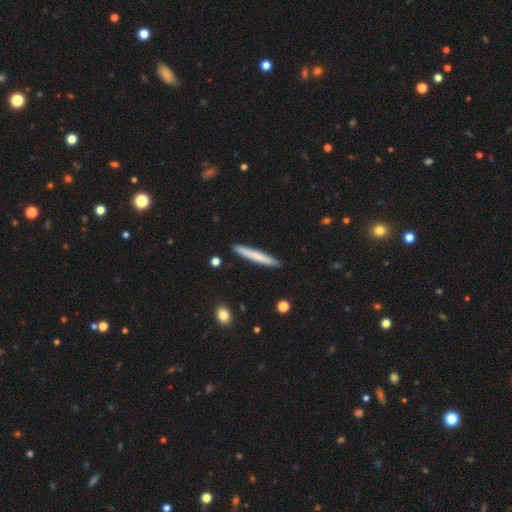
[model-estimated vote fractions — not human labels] smooth 69%, featured or disk 25%, star or artifact 6%. Down the decision tree: how rounded — cigar-shaped (97%); merging — none (91%).